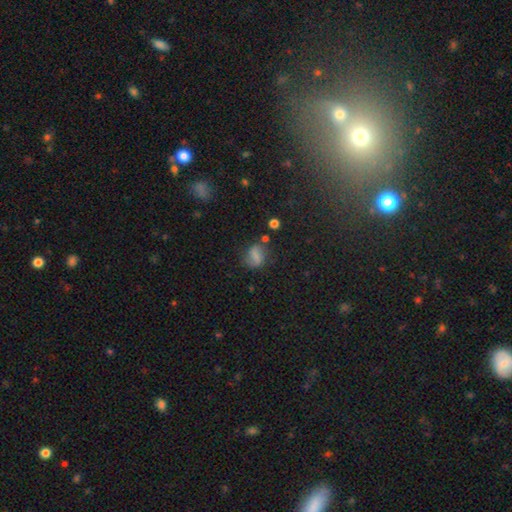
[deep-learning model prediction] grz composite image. It shows a smooth galaxy with no disk features (59%) that is in between round and cigar-shaped (52%). Merging: none (61%).